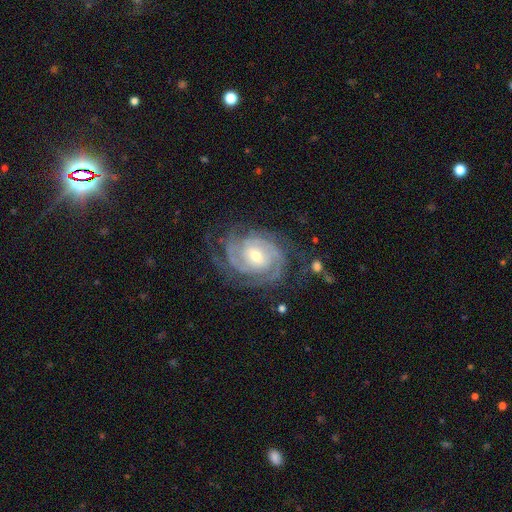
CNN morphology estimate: smooth-or-featured: featured or disk: 92% | smooth: 4% | star or artifact: 4%
  disk-edge-on: no: 98% | yes: 2%
    bar: no: 50% | weak: 38% | strong: 12%
    has-spiral-arms: yes: 98% | no: 2%
      spiral-winding: tight: 71% | medium: 25% | loose: 4%
      spiral-arm-count: 2: 33% | 3: 28% | can't tell: 17% | 4: 11% | more than 4: 5% | 1: 5%
    bulge-size: moderate: 57% | small: 38% | large: 3% | none: 1% | dominant: 1%
  merging: none: 72% | minor disturbance: 17% | major disturbance: 9% | merger: 2%